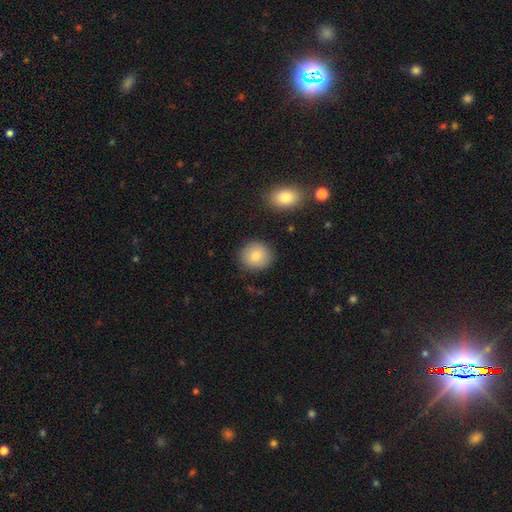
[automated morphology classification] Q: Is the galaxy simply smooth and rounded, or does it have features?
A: smooth — 81%.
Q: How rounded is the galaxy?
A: round — 85%.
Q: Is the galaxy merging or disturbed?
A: none — 87%.